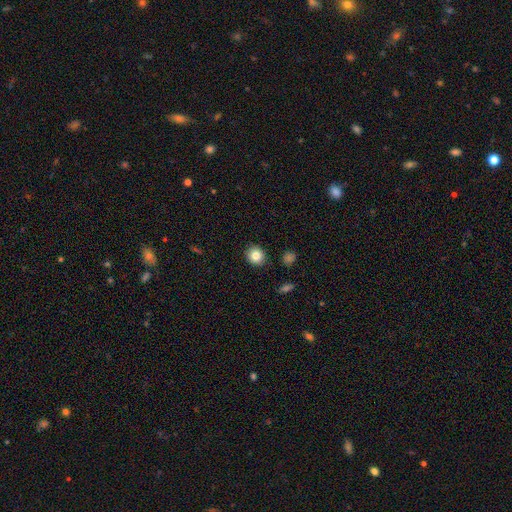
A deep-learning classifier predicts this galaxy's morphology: Overall: smooth (83%). How rounded: round (84%). Merging: none (91%).